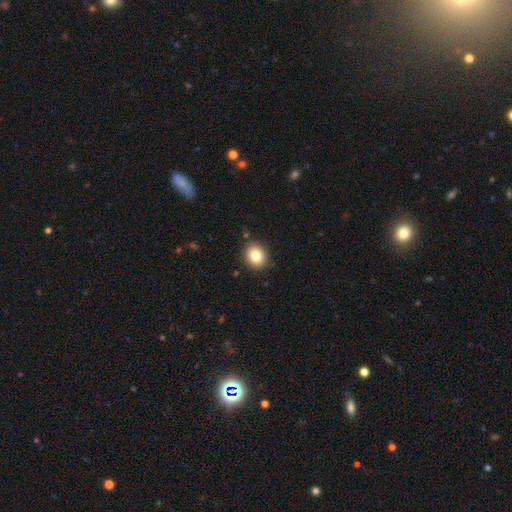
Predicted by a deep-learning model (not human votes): Q: Smooth or featured?
A: smooth (83%); runner-up: star or artifact (10%)
Q: How rounded?
A: round (76%); runner-up: in between (23%)
Q: Merging?
A: none (89%); runner-up: minor disturbance (8%)